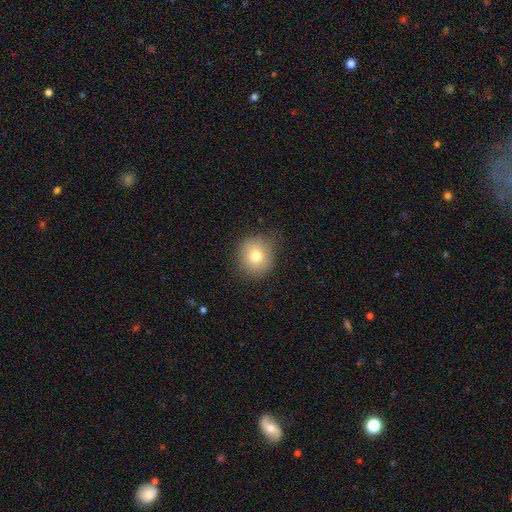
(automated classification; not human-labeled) smooth-or-featured: smooth: 76% | featured or disk: 12% | star or artifact: 11%
  how-rounded: round: 87% | in between: 12% | cigar-shaped: 1%
  merging: none: 80% | minor disturbance: 15% | major disturbance: 4% | merger: 1%